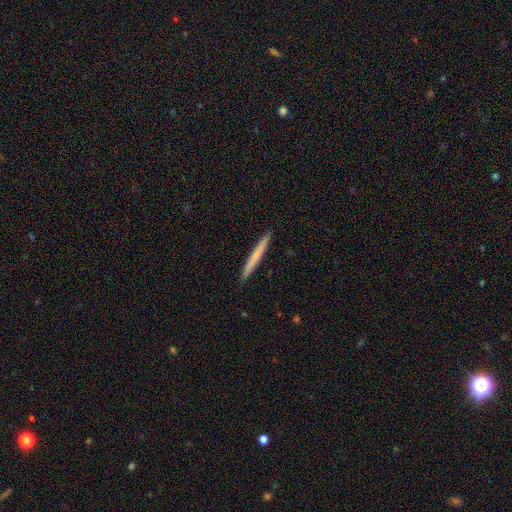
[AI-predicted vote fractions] Overall: smooth (64%; featured or disk 31%). How rounded: cigar-shaped (97%). Merging: none (93%).